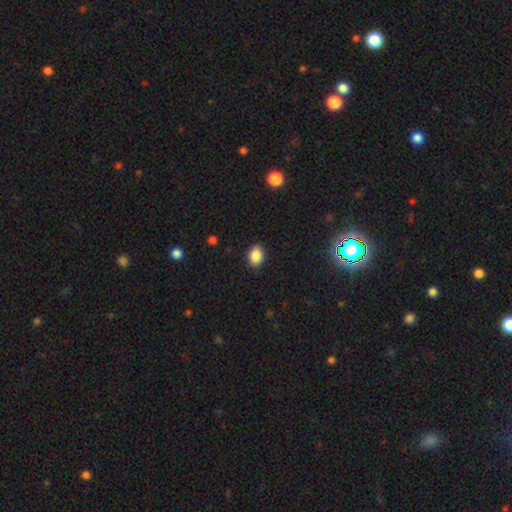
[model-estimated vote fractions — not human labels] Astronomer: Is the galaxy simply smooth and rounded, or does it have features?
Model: smooth — 88%.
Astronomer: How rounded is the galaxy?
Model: in between — 75%.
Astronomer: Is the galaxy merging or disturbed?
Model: none — 90%.